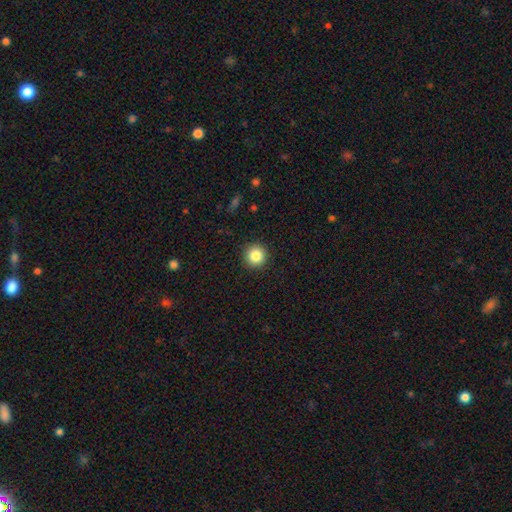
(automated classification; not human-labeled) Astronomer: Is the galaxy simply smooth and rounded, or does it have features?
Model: smooth — 85%.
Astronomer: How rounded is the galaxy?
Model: round — 95%.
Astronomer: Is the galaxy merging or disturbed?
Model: none — 92%.